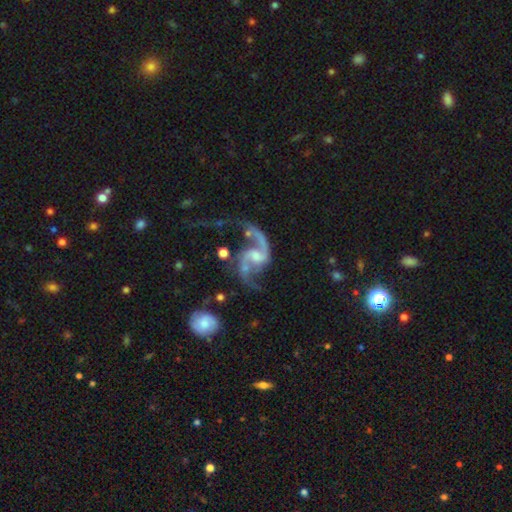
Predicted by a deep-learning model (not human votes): Overall: featured or disk (92%). Edge-on disk: no (98%). Bar: weak (47%; no 38%). Spiral arms: yes (97%). Spiral arm count: 2 (92%). Spiral winding: loose (69%). Bulge size: small (45%; moderate 37%). Merging: none (49%; major disturbance 24%).